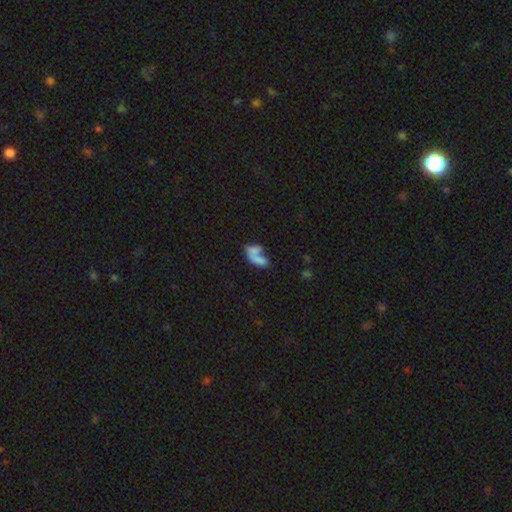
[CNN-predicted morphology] The model was most divided on "merging": merger: 60%, none: 21%, major disturbance: 10%, minor disturbance: 9%. More confident: how rounded — in between (80%); smooth or featured — smooth (68%).